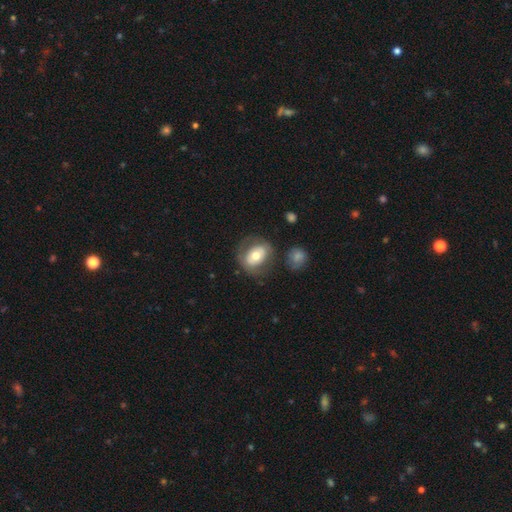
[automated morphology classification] Overall: smooth (55%; featured or disk 38%). How rounded: in between (63%; round 36%). Merging: none (64%).